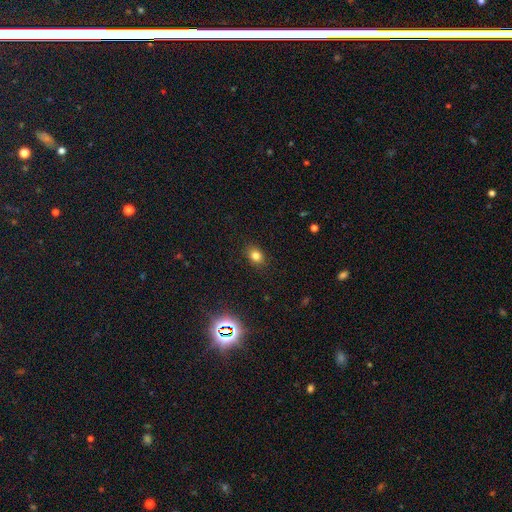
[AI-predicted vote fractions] Q: Smooth or featured?
A: smooth (79%); runner-up: star or artifact (14%)
Q: How rounded?
A: in between (59%); runner-up: round (40%)
Q: Merging?
A: none (87%); runner-up: minor disturbance (9%)